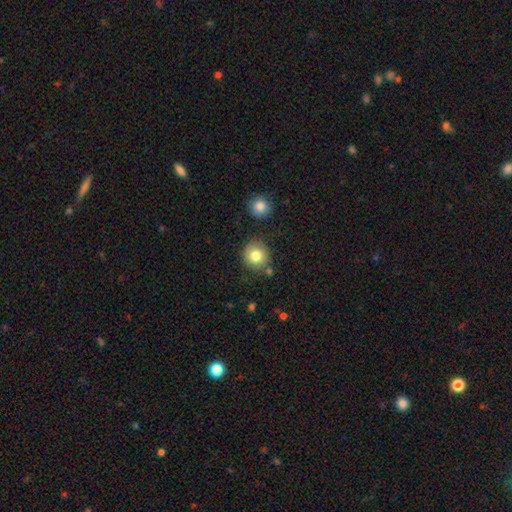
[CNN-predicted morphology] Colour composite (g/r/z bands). It shows a smooth galaxy with no disk features (81%) that is round (90%). Merging: none (77%).